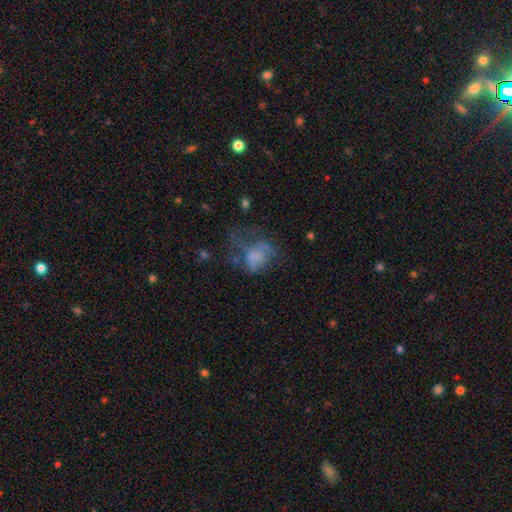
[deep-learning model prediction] Smooth or featured? Predicted: smooth (p=0.52). How rounded? Predicted: in between (p=0.64). Merging? Predicted: major disturbance (p=0.49).